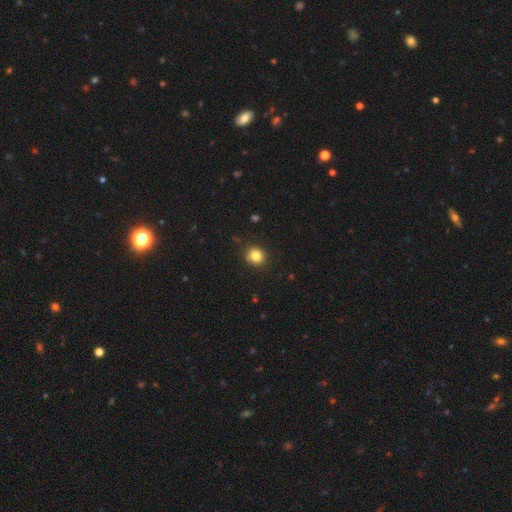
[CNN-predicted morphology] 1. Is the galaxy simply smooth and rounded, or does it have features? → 83% smooth, 12% star or artifact, 6% featured or disk.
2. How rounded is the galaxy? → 80% round, 19% in between, 1% cigar-shaped.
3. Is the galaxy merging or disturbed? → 88% none, 9% minor disturbance, 2% major disturbance, 1% merger.